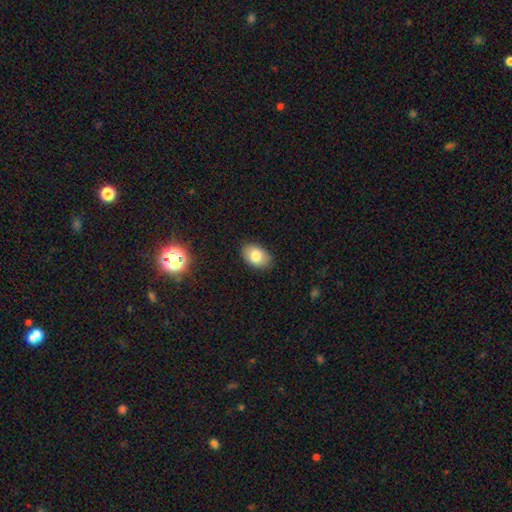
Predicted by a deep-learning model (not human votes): Morphology: type=smooth (81%); roundness=in between (86%); merging=none (86%).